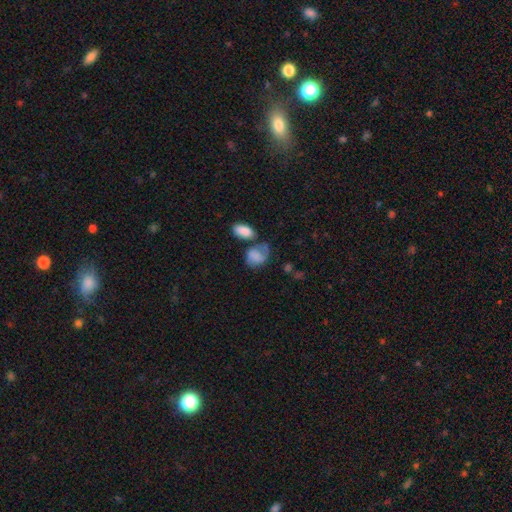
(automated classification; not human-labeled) Smooth or featured? smooth (64%)
How rounded? in between (69%)
Merging? none (35%)